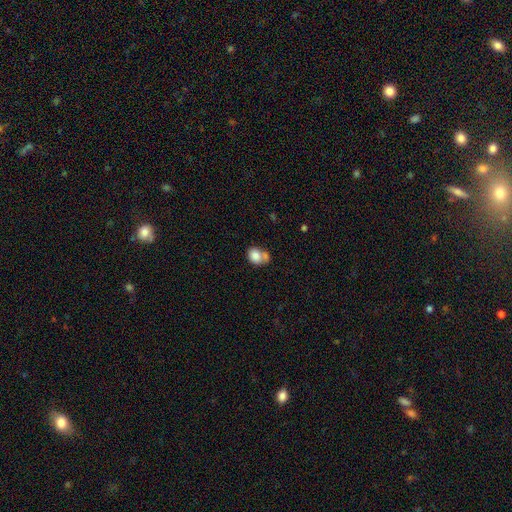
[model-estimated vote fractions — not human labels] smooth_or_featured: smooth (p=0.81) [alt: featured or disk p=0.10]
how_rounded: in between (p=0.57) [alt: round p=0.42]
merging: merger (p=0.40) [alt: none p=0.37]